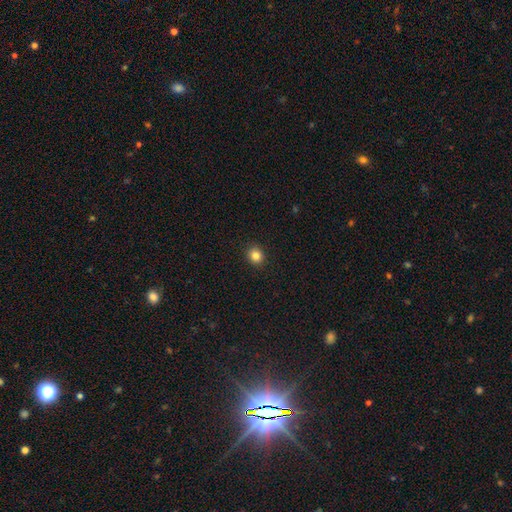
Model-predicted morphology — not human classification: A smooth galaxy with no disk features (84%) that is round (75%). Merging: none (91%).